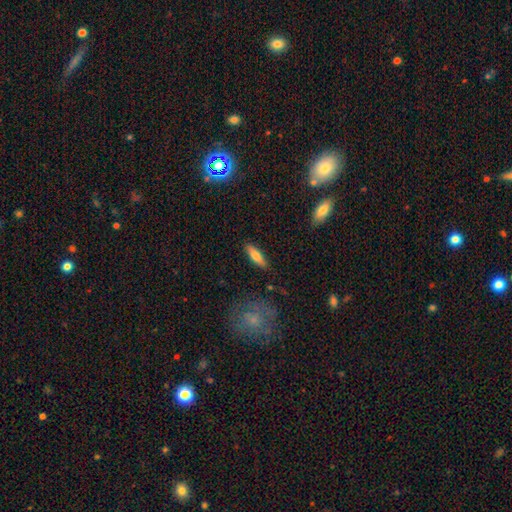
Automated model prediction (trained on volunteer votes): Smooth or featured? Predicted: smooth (p=0.68). How rounded? Predicted: cigar-shaped (p=0.50). Merging? Predicted: none (p=0.87).